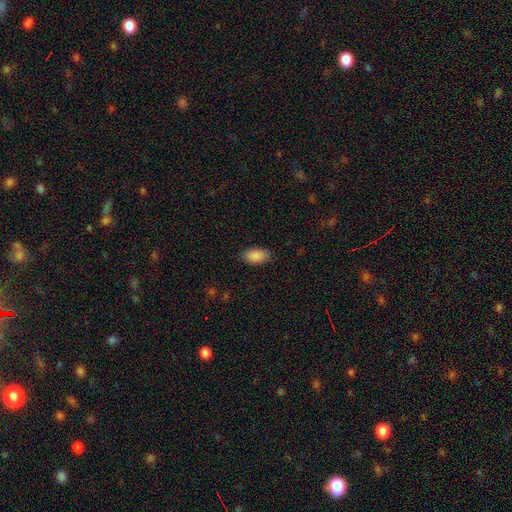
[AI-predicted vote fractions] Overall: smooth (89%). How rounded: in between (94%). Merging: none (83%).